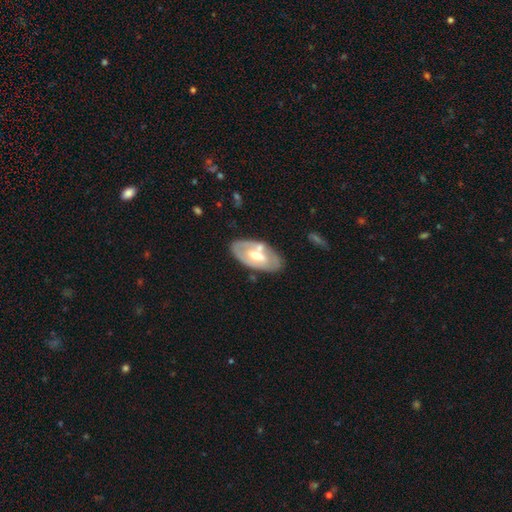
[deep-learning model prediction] The model was most divided on "bar": no: 41%, weak: 36%, strong: 23%. More confident: edge-on disk — no (89%); bulge size — moderate (70%); merging — none (70%); spiral arms — no (67%); smooth or featured — featured or disk (63%).